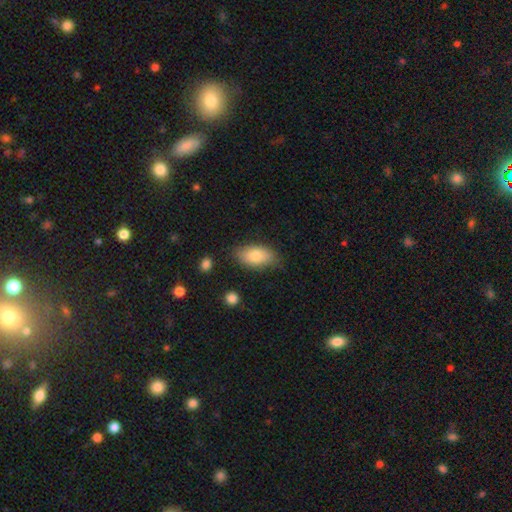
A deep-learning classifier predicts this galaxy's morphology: type=smooth (80%); roundness=in between (93%); merging=none (77%).